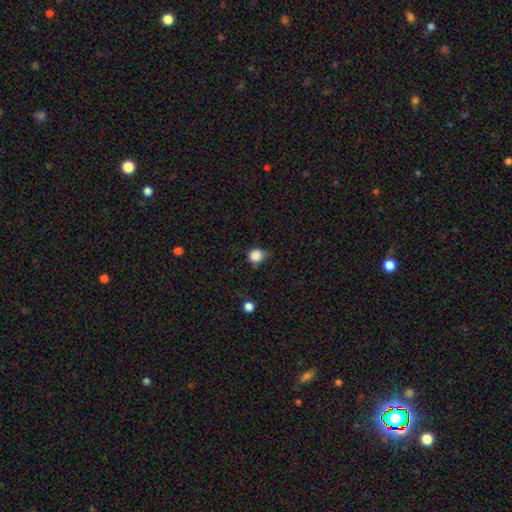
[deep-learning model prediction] Overall: smooth (86%). How rounded: round (88%). Merging: none (61%; minor disturbance 29%).